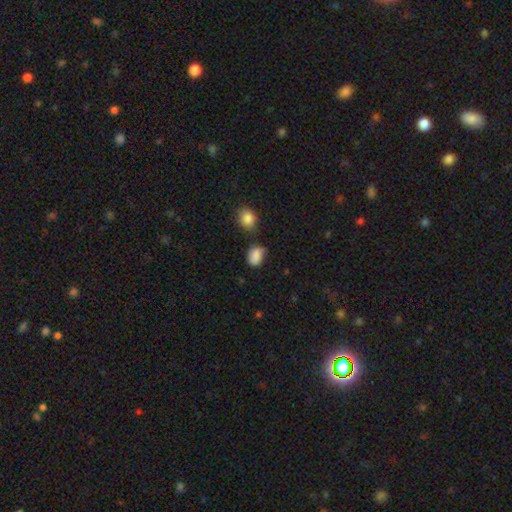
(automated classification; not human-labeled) Morphology: type=smooth (83%); roundness=in between (74%); merging=none (54%).